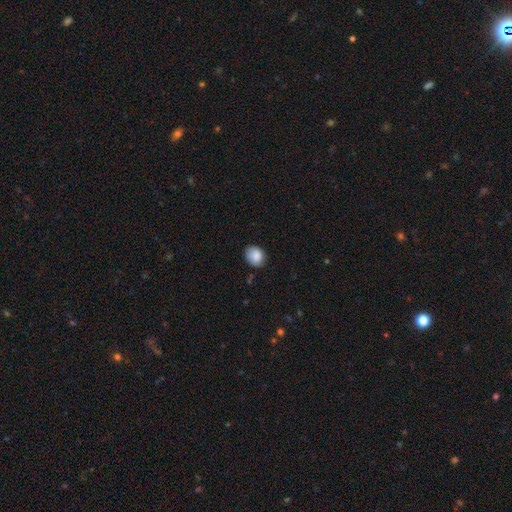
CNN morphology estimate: The model was most divided on "how rounded": round: 58%, in between: 41%, cigar-shaped: 1%. More confident: smooth or featured — smooth (88%); merging — none (80%).